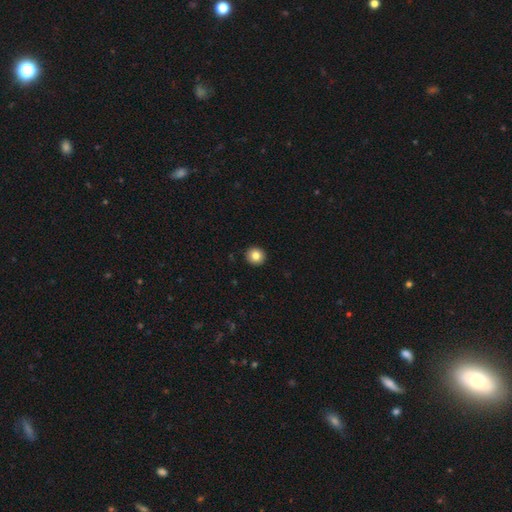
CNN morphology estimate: Overall: smooth (83%). How rounded: round (93%). Merging: none (93%).